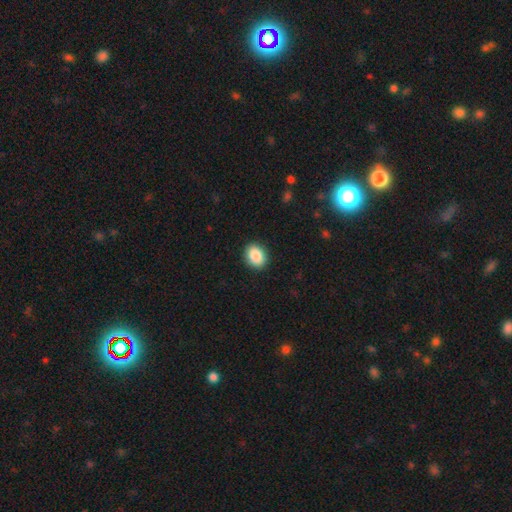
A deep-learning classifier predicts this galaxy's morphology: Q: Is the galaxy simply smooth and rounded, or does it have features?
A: smooth — 88%.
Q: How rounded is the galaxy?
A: in between — 62%.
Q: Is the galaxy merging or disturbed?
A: none — 90%.